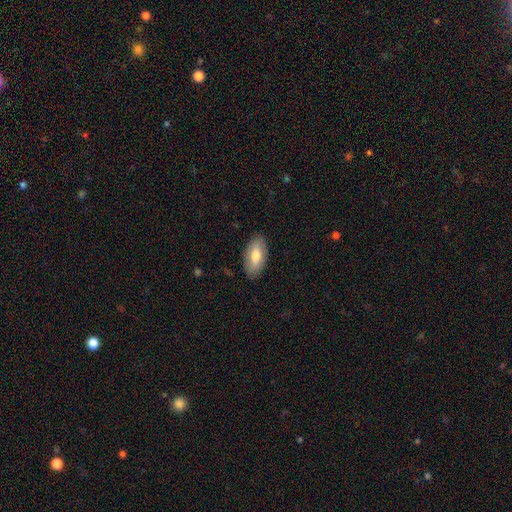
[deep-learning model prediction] Smooth or featured: smooth — 70% (featured or disk — 24%)
How rounded: in between — 92% (cigar-shaped — 5%)
Merging: none — 86% (minor disturbance — 10%)